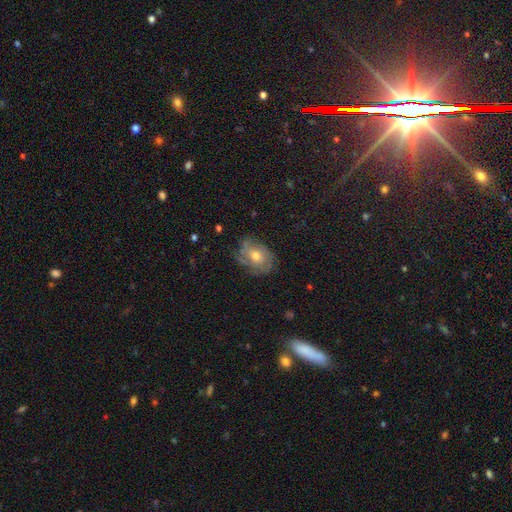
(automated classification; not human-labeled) Smooth or featured?
  - featured or disk: 57% *
  - smooth: 30%
  - star or artifact: 13%
Edge-on disk?
  - no: 95% *
  - yes: 5%
Bar?
  - no: 79% *
  - weak: 18%
  - strong: 3%
Spiral arms?
  - yes: 77% *
  - no: 23%
Bulge size?
  - moderate: 71% *
  - small: 16%
  - large: 10%
  - none: 2%
  - dominant: 1%
Merging?
  - none: 68% *
  - minor disturbance: 21%
  - major disturbance: 9%
  - merger: 1%